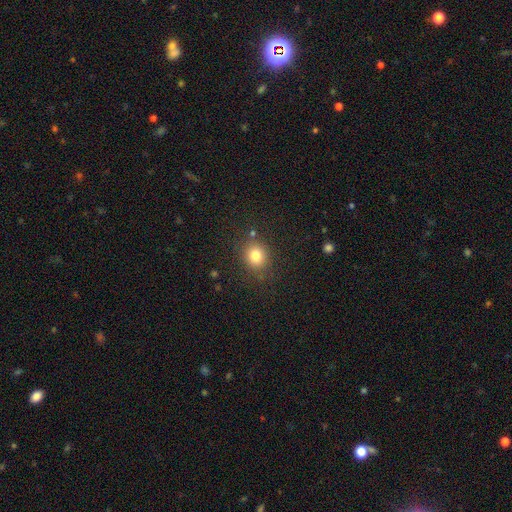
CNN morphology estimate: Smooth or featured: smooth — 80% (star or artifact — 13%)
How rounded: round — 78% (in between — 22%)
Merging: none — 82% (minor disturbance — 10%)